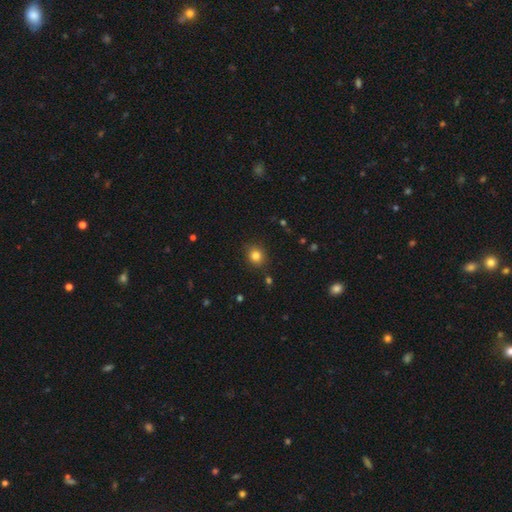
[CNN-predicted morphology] type=smooth (82%); roundness=round (79%); merging=none (87%).